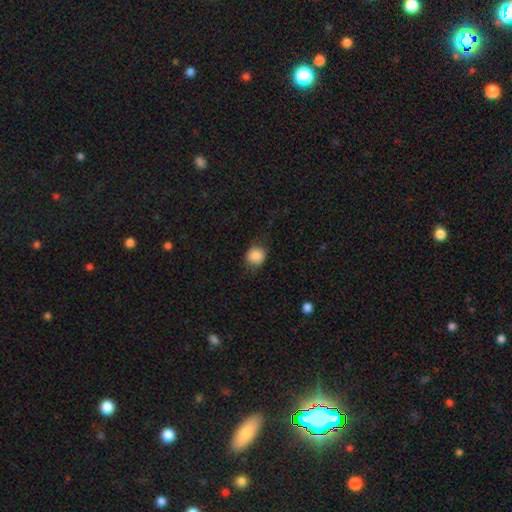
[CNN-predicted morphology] smooth_or_featured: smooth (p=0.87) [alt: star or artifact p=0.09]
how_rounded: round (p=0.83) [alt: in between p=0.17]
merging: none (p=0.77) [alt: minor disturbance p=0.16]